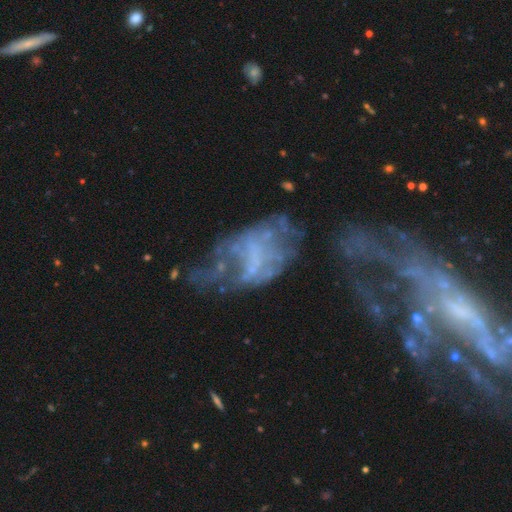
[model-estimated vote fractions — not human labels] Smooth or featured? Predicted: featured or disk (p=0.66). Edge-on disk? Predicted: no (p=0.96). Bar? Predicted: no (p=0.69). Spiral arms? Predicted: no (p=0.68). Bulge size? Predicted: none (p=0.74). Merging? Predicted: major disturbance (p=0.44).